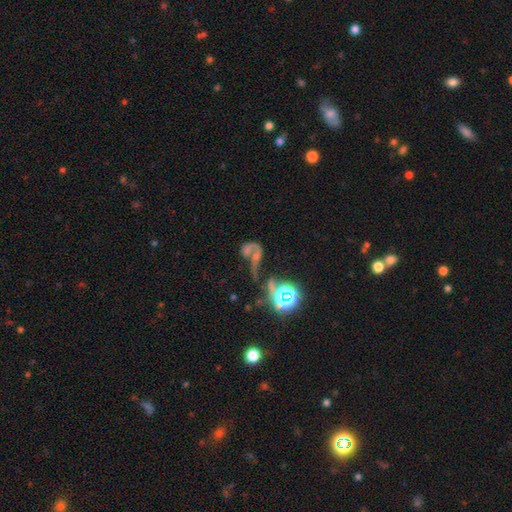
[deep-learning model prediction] Smooth or featured?
  - featured or disk: 45% *
  - star or artifact: 33%
  - smooth: 22%
Merging?
  - merger: 41% *
  - major disturbance: 28%
  - none: 21%
  - minor disturbance: 10%